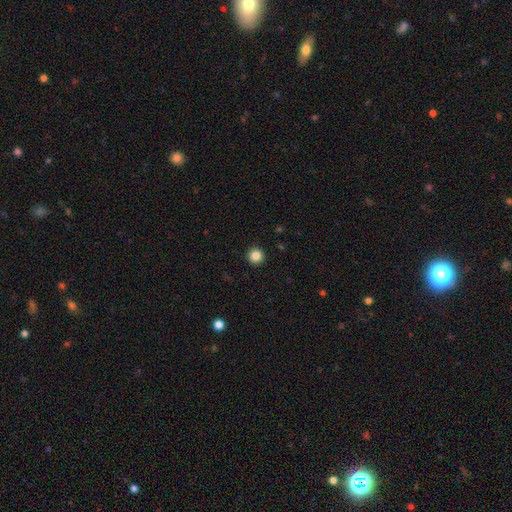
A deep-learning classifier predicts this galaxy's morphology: Smooth or featured: smooth — 85% (star or artifact — 11%)
How rounded: round — 96% (in between — 3%)
Merging: none — 93% (minor disturbance — 4%)